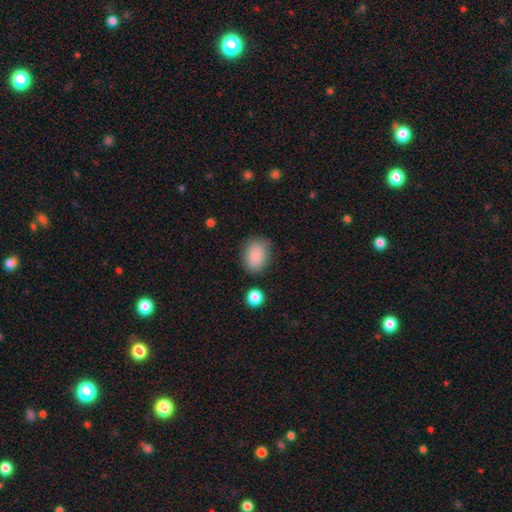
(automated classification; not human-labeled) Smooth or featured?
  - smooth: 87% *
  - star or artifact: 8%
  - featured or disk: 4%
How rounded?
  - in between: 74% *
  - round: 25%
  - cigar-shaped: 1%
Merging?
  - none: 78% *
  - minor disturbance: 15%
  - major disturbance: 4%
  - merger: 3%